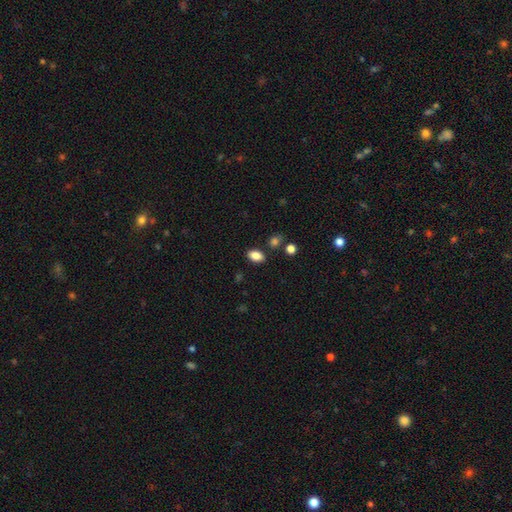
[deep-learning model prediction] A smooth galaxy with no disk features (85%) that is in between round and cigar-shaped (87%).

Vote fractions:
- Smooth or featured? smooth: 85% / star or artifact: 9% / featured or disk: 5%
- How rounded? in between: 87% / round: 11% / cigar-shaped: 2%
- Merging? none: 83% / minor disturbance: 10% / merger: 4% / major disturbance: 3%